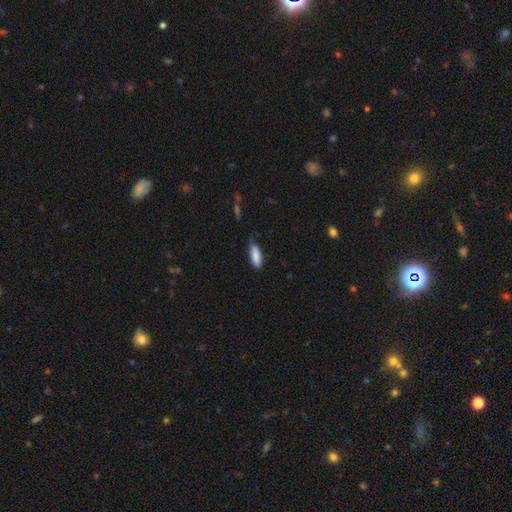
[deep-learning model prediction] smooth 87%, featured or disk 6%, star or artifact 6%. Down the decision tree: how rounded — in between (69%); merging — none (64%).